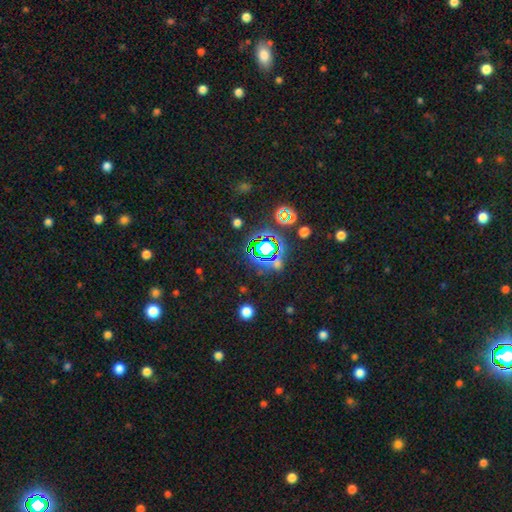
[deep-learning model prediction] smooth_or_featured: star or artifact (p=0.76) [alt: smooth p=0.16]